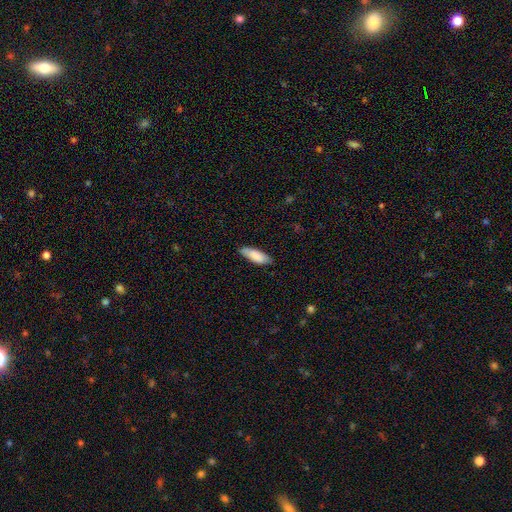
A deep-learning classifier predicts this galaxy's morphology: smooth 85%, featured or disk 10%, star or artifact 5%. Down the decision tree: how rounded — in between (68%); merging — none (81%).